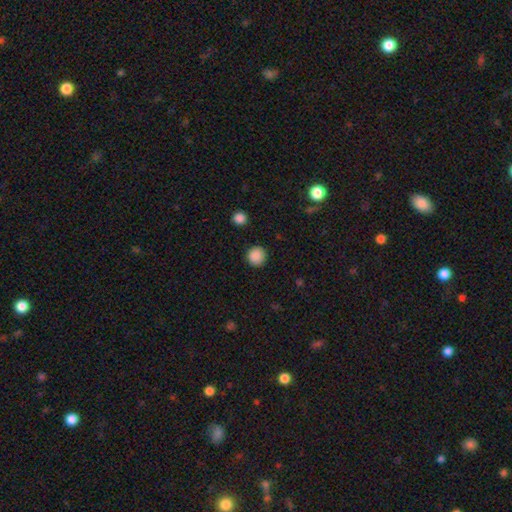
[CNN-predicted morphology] type=smooth (88%); roundness=round (94%); merging=none (91%).